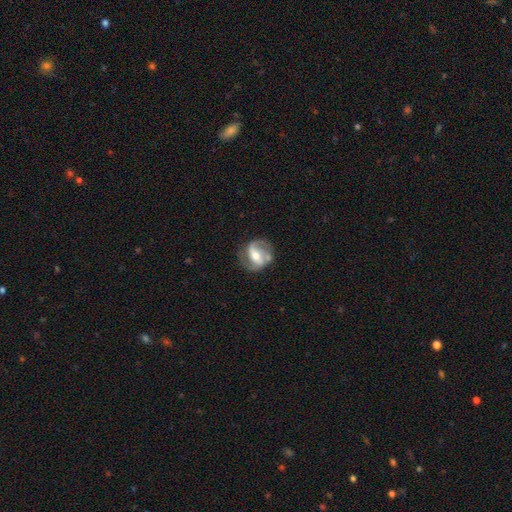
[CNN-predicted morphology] A featured or disk galaxy (82%) with a strong bar (46%), 2 (83%) medium (48%) spiral arms (91%) and a moderate central bulge (61%). Merging: none (65%).